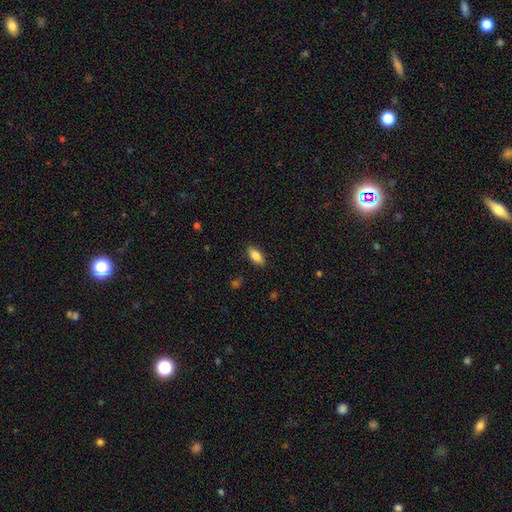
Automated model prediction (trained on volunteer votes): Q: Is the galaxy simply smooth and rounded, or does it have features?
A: smooth — 83%.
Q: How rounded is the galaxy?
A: in between — 86%.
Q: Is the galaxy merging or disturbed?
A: none — 87%.